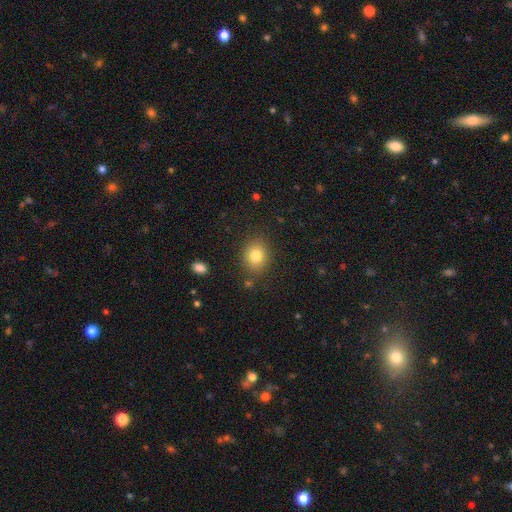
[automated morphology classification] Smooth or featured? smooth (81%)
How rounded? round (62%)
Merging? none (84%)